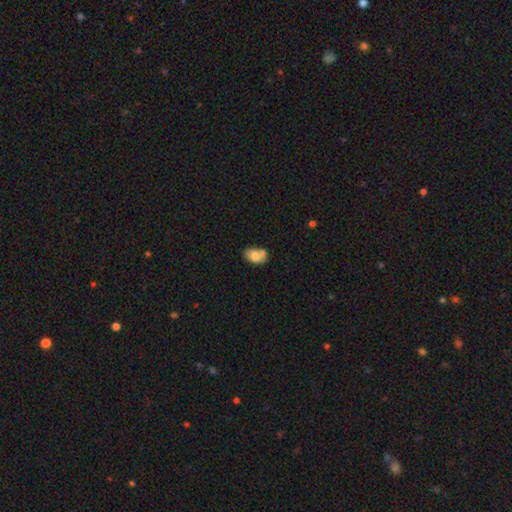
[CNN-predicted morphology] smooth 74%, featured or disk 18%, star or artifact 8%. Down the decision tree: how rounded — in between (83%); merging — none (41%).